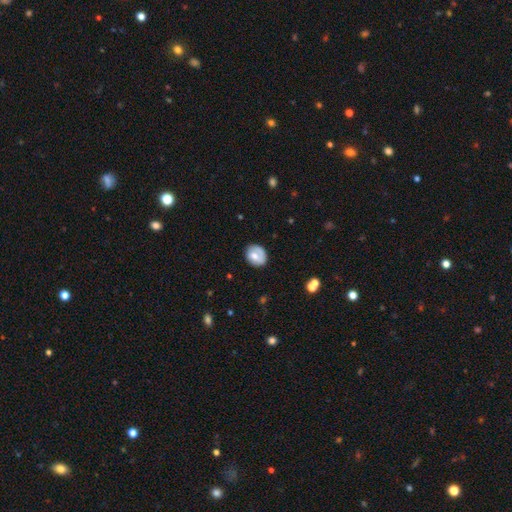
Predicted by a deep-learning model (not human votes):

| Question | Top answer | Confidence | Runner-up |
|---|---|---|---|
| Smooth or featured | smooth | 59% | featured or disk (34%) |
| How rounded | round | 53% | in between (46%) |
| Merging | none | 69% | minor disturbance (21%) |